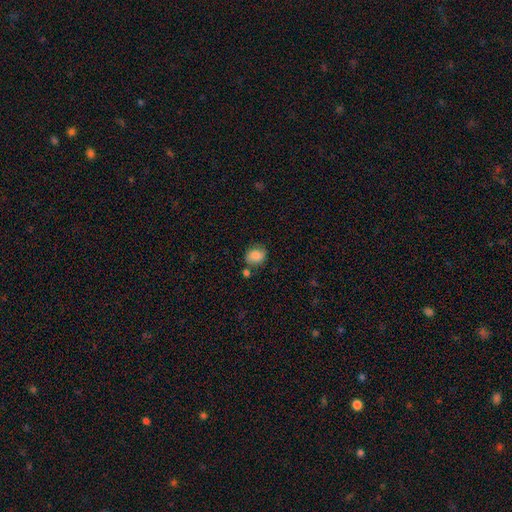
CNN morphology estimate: type=smooth (80%); roundness=round (51%); merging=none (66%).